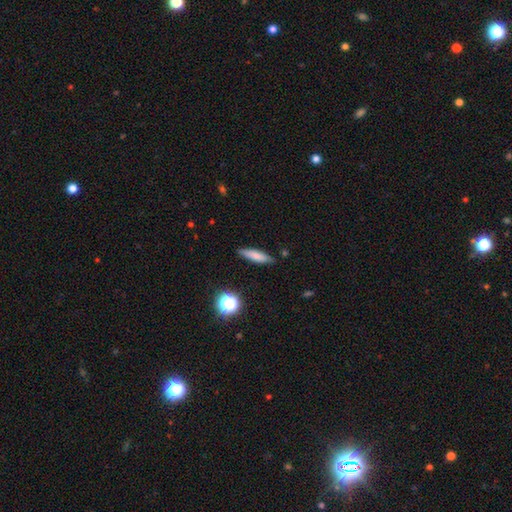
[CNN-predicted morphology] smooth 73%, featured or disk 18%, star or artifact 9%. Down the decision tree: how rounded — cigar-shaped (72%); merging — none (84%).